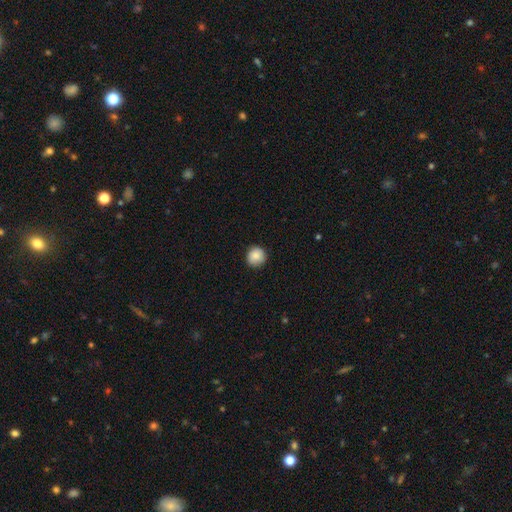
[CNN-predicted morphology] Smooth or featured?
  - smooth: 86% *
  - star or artifact: 8%
  - featured or disk: 6%
How rounded?
  - round: 93% *
  - in between: 6%
  - cigar-shaped: 1%
Merging?
  - none: 90% *
  - minor disturbance: 8%
  - major disturbance: 2%
  - merger: 1%